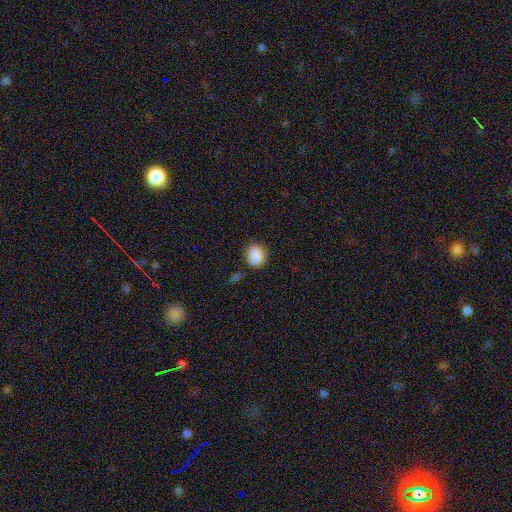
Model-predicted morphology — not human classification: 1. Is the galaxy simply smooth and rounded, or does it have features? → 85% smooth, 9% star or artifact, 6% featured or disk.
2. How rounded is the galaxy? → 57% round, 41% in between, 1% cigar-shaped.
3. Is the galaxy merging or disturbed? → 68% none, 19% minor disturbance, 8% merger, 5% major disturbance.